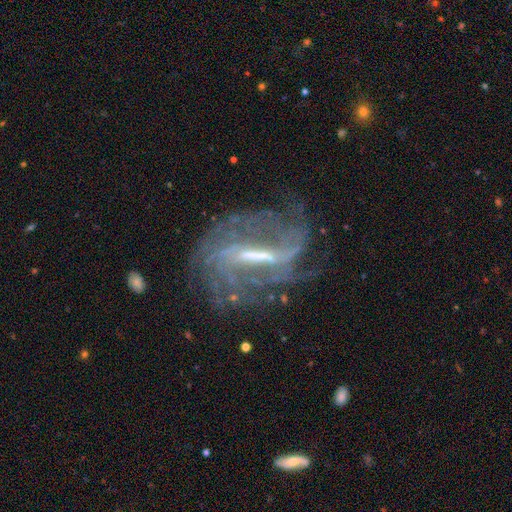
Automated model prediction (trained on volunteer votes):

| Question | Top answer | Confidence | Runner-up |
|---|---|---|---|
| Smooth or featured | featured or disk | 86% | star or artifact (8%) |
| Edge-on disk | no | 92% | yes (8%) |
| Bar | strong | 66% | weak (26%) |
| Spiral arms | yes | 90% | no (10%) |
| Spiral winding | medium | 38% | tight (33%) |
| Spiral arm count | can't tell | 34% | 2 (27%) |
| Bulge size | small | 36% | moderate (34%) |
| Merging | none | 58% | major disturbance (20%) |